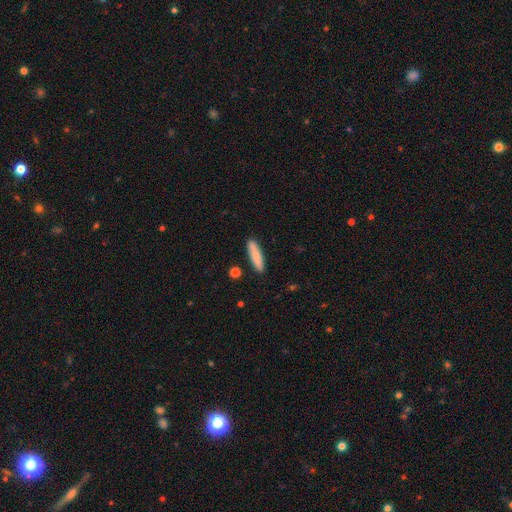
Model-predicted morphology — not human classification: Smooth or featured? Predicted: smooth (p=0.81). How rounded? Predicted: cigar-shaped (p=0.77). Merging? Predicted: none (p=0.88).